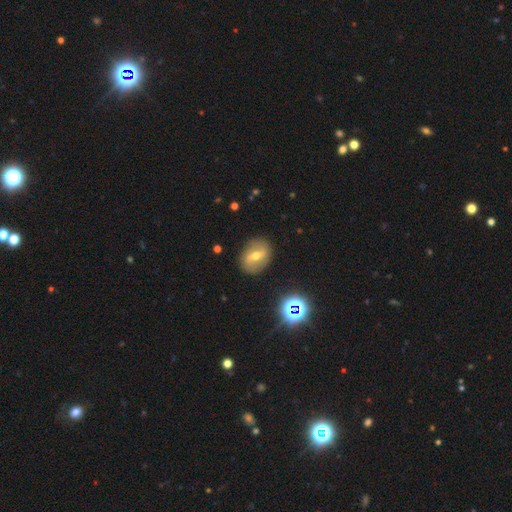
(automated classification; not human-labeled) Smooth or featured? Predicted: featured or disk (p=0.59). Edge-on disk? Predicted: no (p=0.94). Bar? Predicted: strong (p=0.41, tied with weak). Spiral arms? Predicted: yes (p=0.59). Bulge size? Predicted: moderate (p=0.62). Merging? Predicted: none (p=0.85).